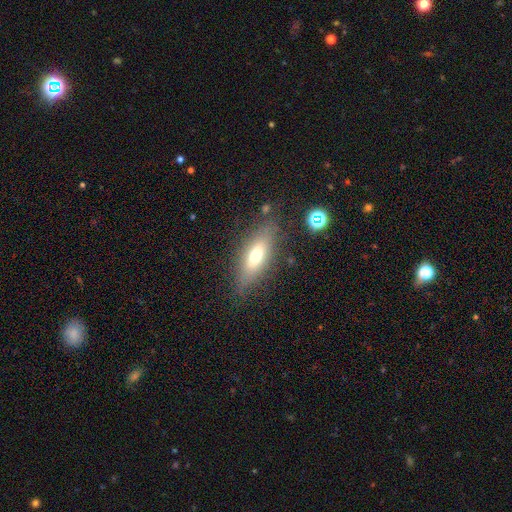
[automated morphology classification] A smooth galaxy with no disk features (58%) that is in between round and cigar-shaped (58%). Merging: none (78%).